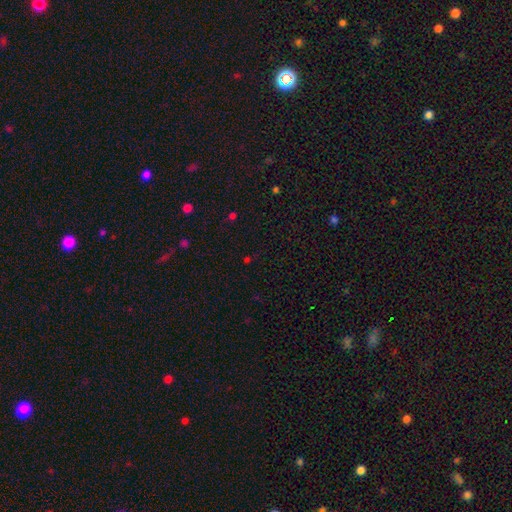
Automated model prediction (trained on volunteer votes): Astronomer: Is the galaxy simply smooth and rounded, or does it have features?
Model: star or artifact — 60%.